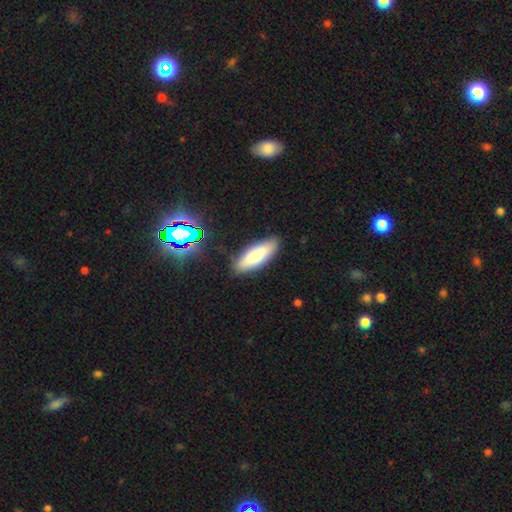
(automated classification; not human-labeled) smooth 79%, featured or disk 12%, star or artifact 9%. Down the decision tree: how rounded — in between (64%); merging — none (84%).